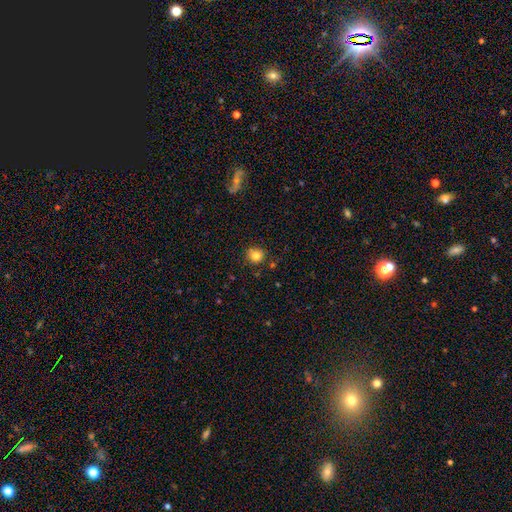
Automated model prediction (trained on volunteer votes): This appears to be a smooth galaxy with no disk features (81%) that is round (89%). Merging: none (83%).